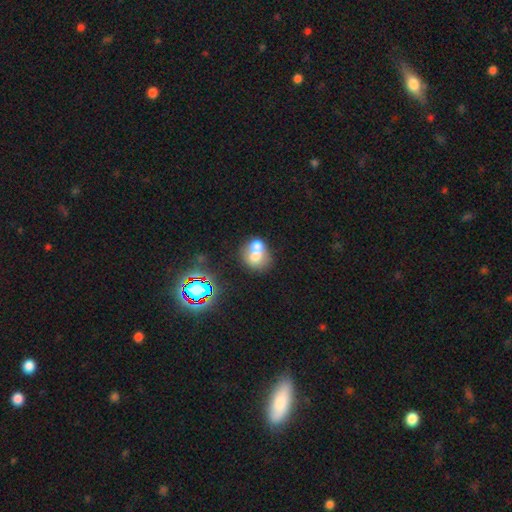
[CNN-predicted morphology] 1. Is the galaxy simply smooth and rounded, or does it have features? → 62% smooth, 26% featured or disk, 13% star or artifact.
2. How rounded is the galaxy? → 64% round, 35% in between, 1% cigar-shaped.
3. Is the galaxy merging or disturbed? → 64% merger, 25% none, 7% minor disturbance, 4% major disturbance.